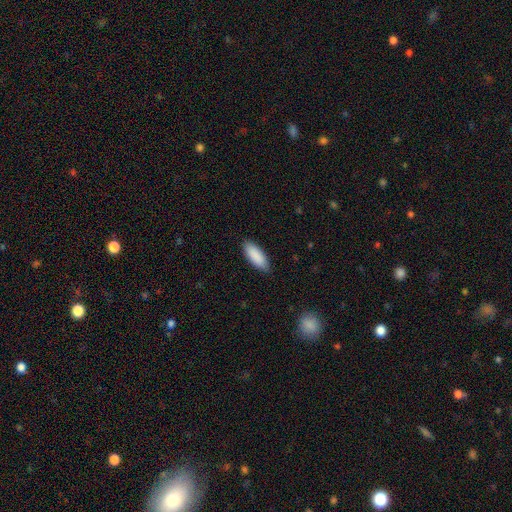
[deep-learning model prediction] Smooth or featured? smooth (90%)
How rounded? in between (76%)
Merging? none (86%)